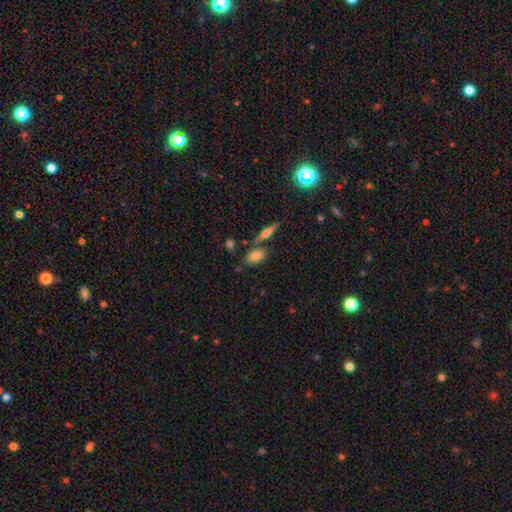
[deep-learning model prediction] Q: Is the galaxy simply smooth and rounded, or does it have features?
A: smooth — 79%.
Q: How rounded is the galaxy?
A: in between — 85%.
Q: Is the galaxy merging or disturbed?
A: none — 64%.